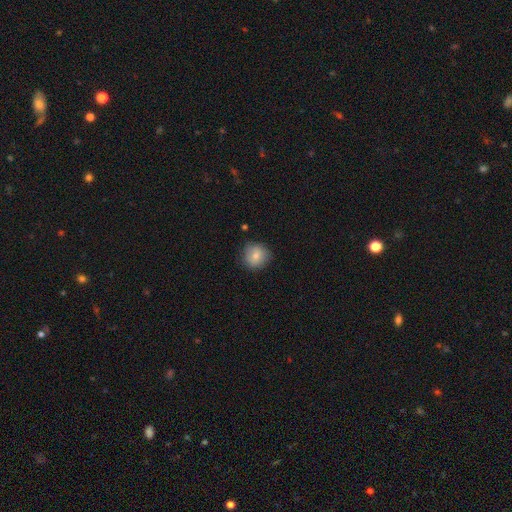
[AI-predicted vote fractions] Q: Smooth or featured?
A: smooth (80%); runner-up: featured or disk (11%)
Q: How rounded?
A: round (90%); runner-up: in between (9%)
Q: Merging?
A: none (82%); runner-up: minor disturbance (13%)